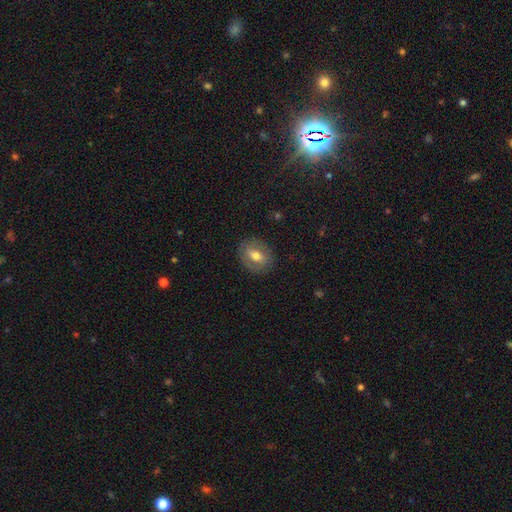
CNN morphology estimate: smooth_or_featured: smooth (p=0.56) [alt: featured or disk p=0.36]
how_rounded: in between (p=0.52) [alt: round p=0.46]
merging: none (p=0.84) [alt: minor disturbance p=0.11]